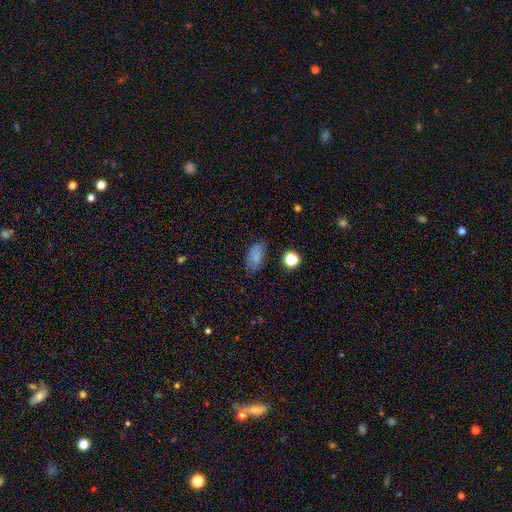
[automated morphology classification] type=smooth (78%); roundness=in between (90%); merging=none (74%).